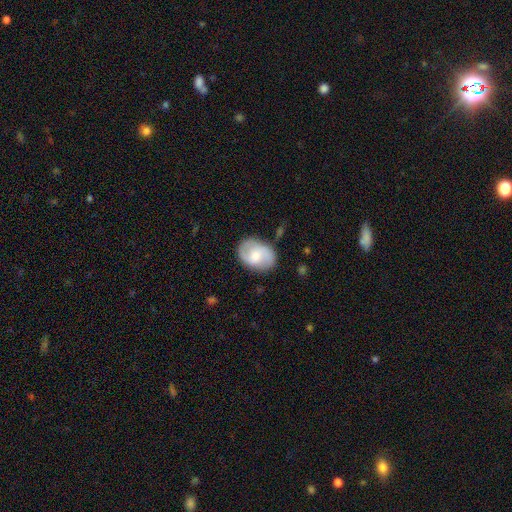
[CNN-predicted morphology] featured or disk 54%, smooth 40%, star or artifact 6%. Down the decision tree: edge-on disk — no (97%); bar — no (48%); spiral arms — yes (84%); bulge size — moderate (53%); merging — none (76%).